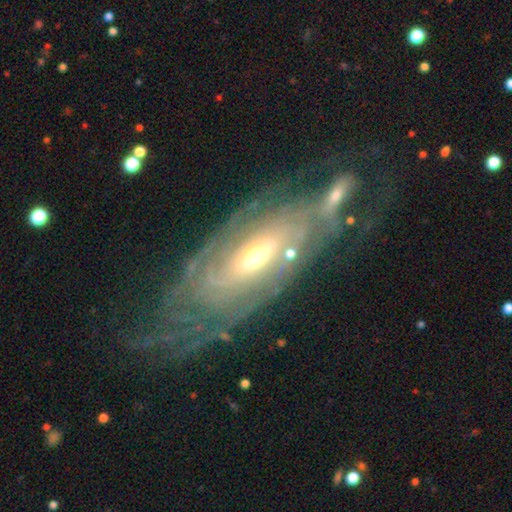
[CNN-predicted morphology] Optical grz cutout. It shows a featured or disk galaxy (85%) with no bar (54%), tight (74%) spiral arms (90%) and a moderate central bulge (57%). Merging: none (56%).